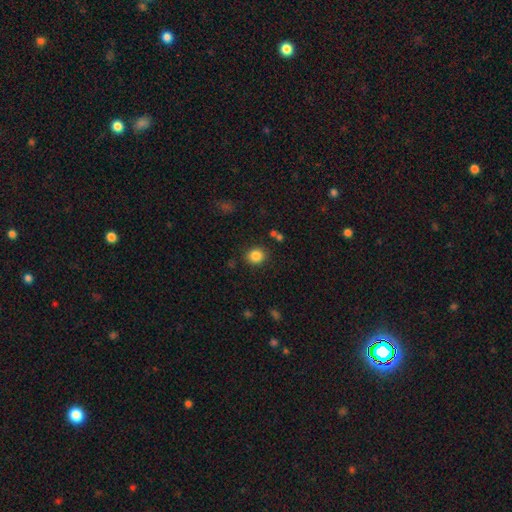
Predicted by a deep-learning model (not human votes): A smooth galaxy with no disk features (85%) that is round (81%). Merging: none (86%).